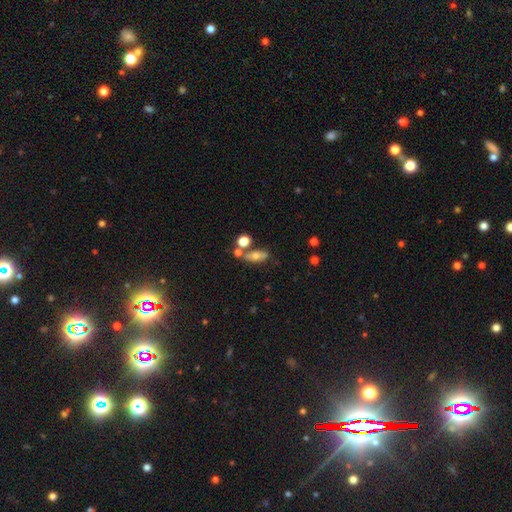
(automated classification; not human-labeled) Smooth or featured? smooth (58%)
How rounded? in between (70%)
Merging? none (52%)